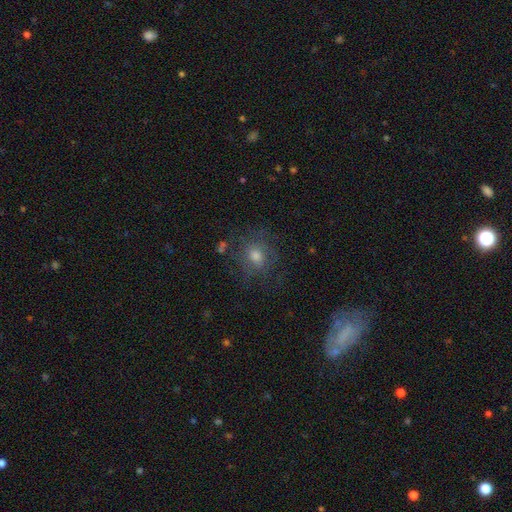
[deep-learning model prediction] This appears to be a smooth galaxy with no disk features (50%) that is round (77%). Merging: none (71%).